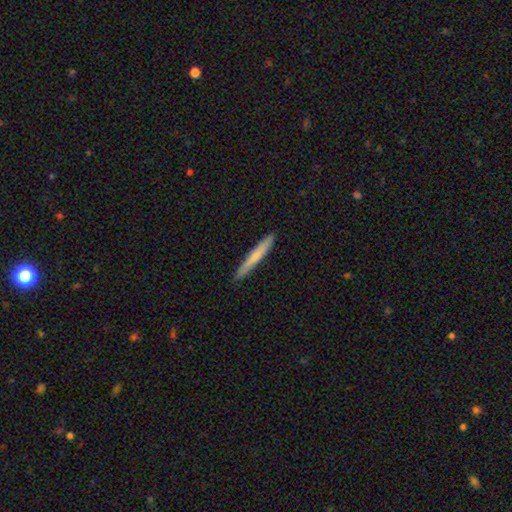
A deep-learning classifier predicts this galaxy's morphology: Overall: smooth (68%). How rounded: cigar-shaped (96%). Merging: none (91%).